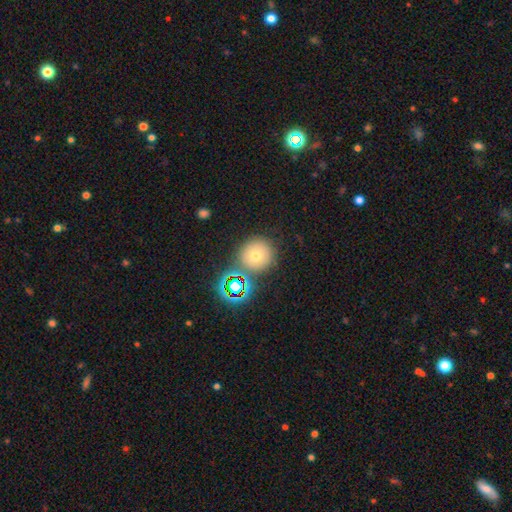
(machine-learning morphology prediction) Smooth or featured: smooth — 57% (star or artifact — 25%)
How rounded: round — 92% (in between — 7%)
Merging: none — 74% (merger — 12%)